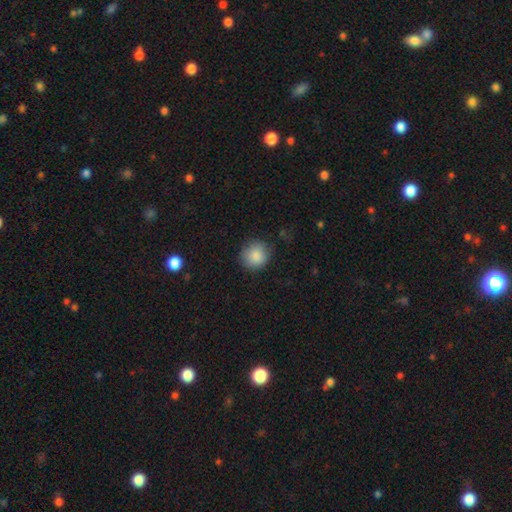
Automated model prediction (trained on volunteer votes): The model was most divided on "merging": none: 81%, minor disturbance: 14%, major disturbance: 4%, merger: 1%. More confident: how rounded — round (88%); smooth or featured — smooth (87%).